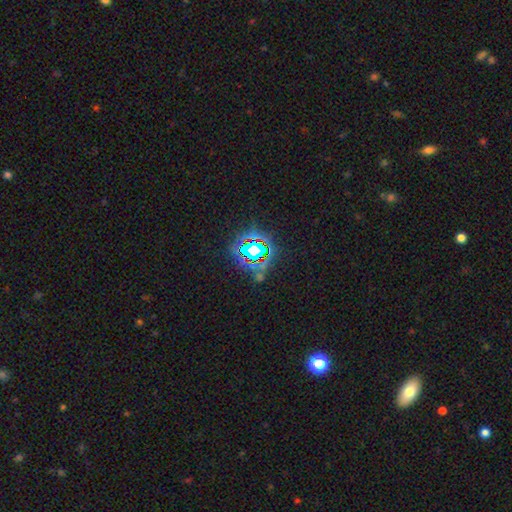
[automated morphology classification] This appears to be a star or artifact, not a galaxy (75%).